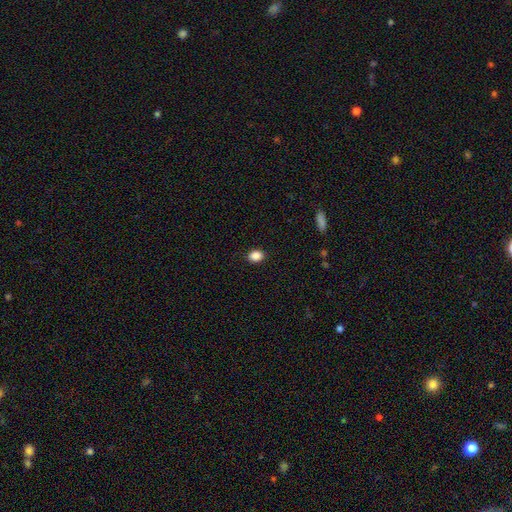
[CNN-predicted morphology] Overall: smooth (88%). How rounded: in between (59%; round 40%). Merging: none (90%).